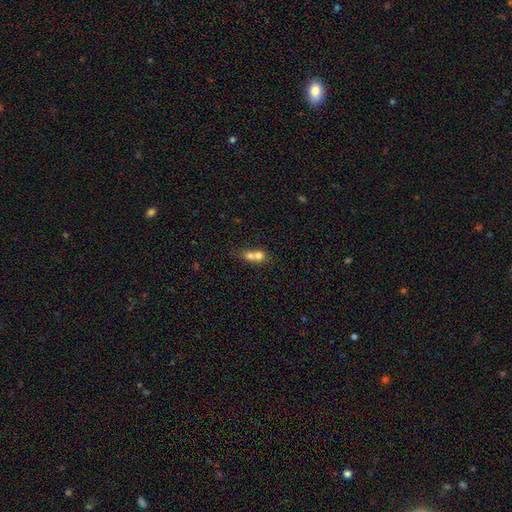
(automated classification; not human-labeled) Smooth or featured? smooth (69%)
How rounded? round (62%)
Merging? merger (73%)